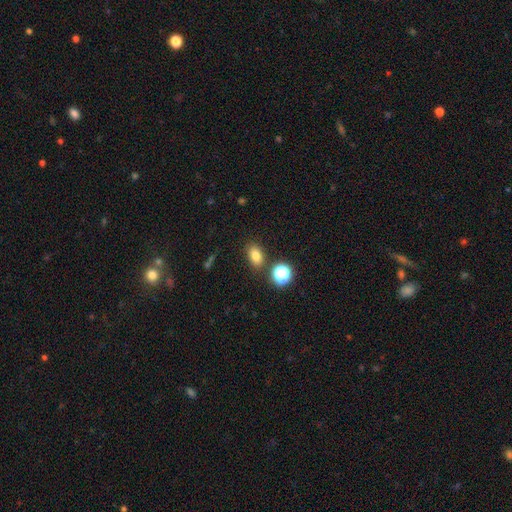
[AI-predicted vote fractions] This appears to be a smooth galaxy with no disk features (79%) that is in between round and cigar-shaped (76%). Merging: none (82%).